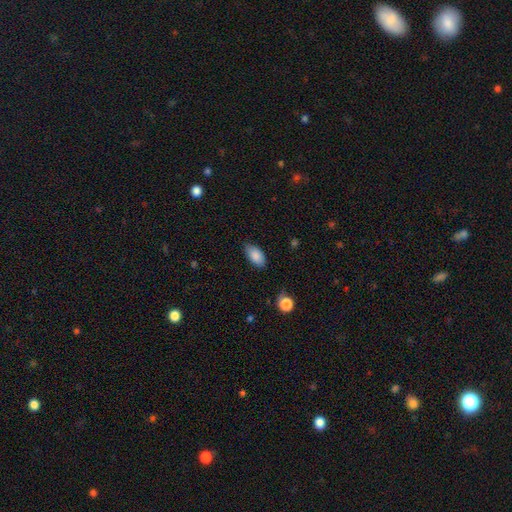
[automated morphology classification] type=smooth (86%); roundness=in between (93%); merging=none (79%).